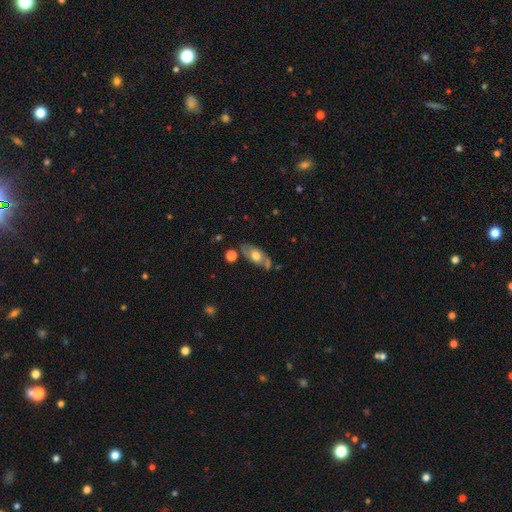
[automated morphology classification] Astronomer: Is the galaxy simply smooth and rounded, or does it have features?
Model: featured or disk — 52% (runner-up: smooth, 41%).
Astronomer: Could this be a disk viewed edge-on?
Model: no — 75%.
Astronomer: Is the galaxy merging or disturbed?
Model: none — 61%.